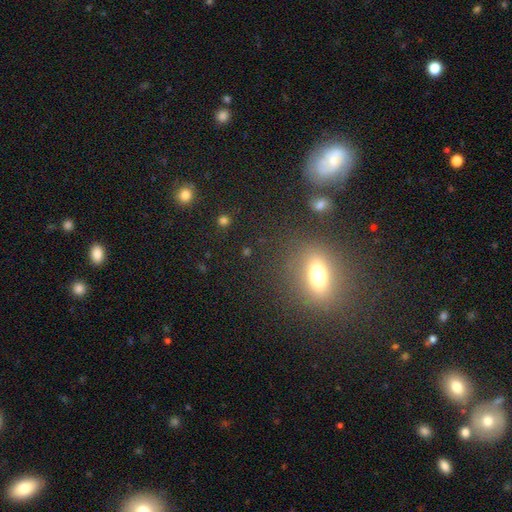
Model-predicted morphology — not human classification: A smooth galaxy with no disk features (47%).

Vote fractions:
- Smooth or featured? smooth: 47% / star or artifact: 30% / featured or disk: 22%
- Merging? none: 78% / minor disturbance: 10% / merger: 7% / major disturbance: 5%